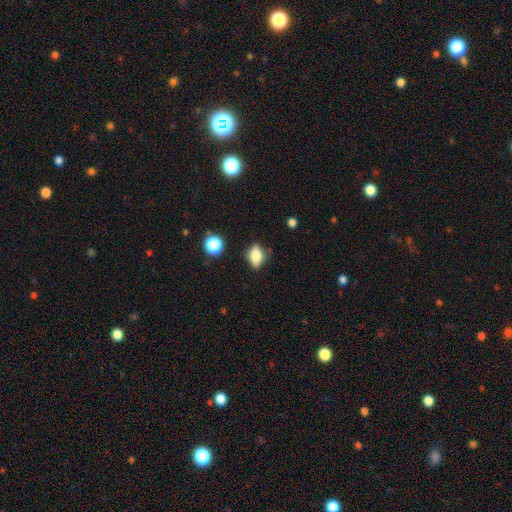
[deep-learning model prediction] smooth 74%, featured or disk 17%, star or artifact 10%. Down the decision tree: how rounded — in between (76%); merging — none (77%).